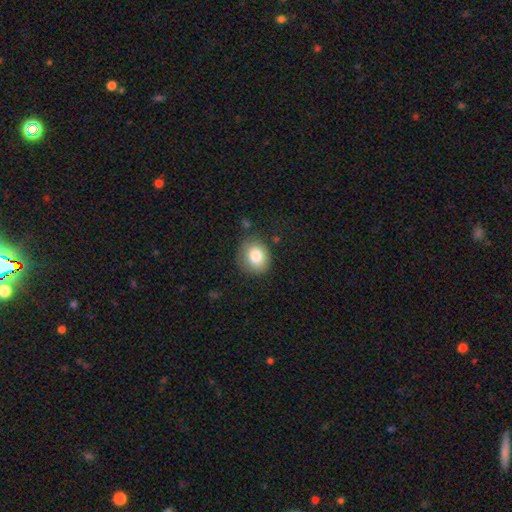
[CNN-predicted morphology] Smooth or featured?
  - smooth: 82% *
  - featured or disk: 9%
  - star or artifact: 9%
How rounded?
  - round: 64% *
  - in between: 35%
  - cigar-shaped: 1%
Merging?
  - none: 75% *
  - minor disturbance: 17%
  - major disturbance: 5%
  - merger: 3%